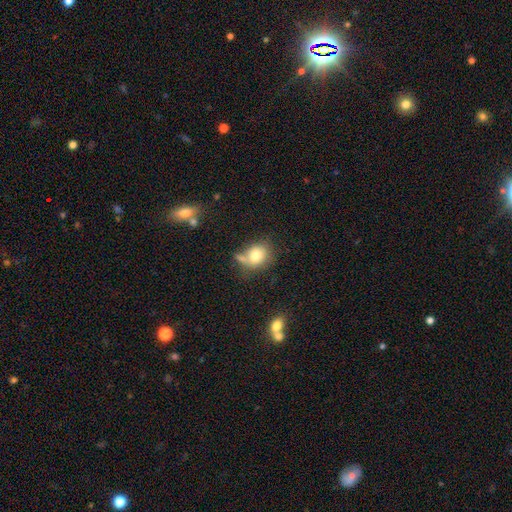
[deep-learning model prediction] smooth-or-featured: smooth: 76% | featured or disk: 14% | star or artifact: 10%
  how-rounded: round: 58% | in between: 41% | cigar-shaped: 1%
  merging: none: 44% | merger: 22% | minor disturbance: 20% | major disturbance: 13%